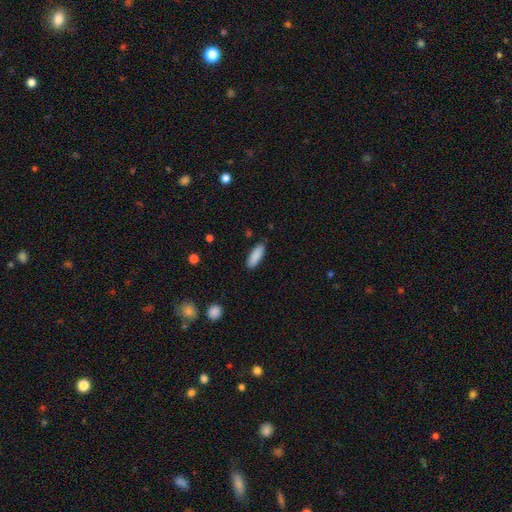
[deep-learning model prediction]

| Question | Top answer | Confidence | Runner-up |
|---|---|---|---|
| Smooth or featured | smooth | 89% | star or artifact (6%) |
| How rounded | in between | 59% | cigar-shaped (39%) |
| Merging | none | 87% | minor disturbance (10%) |